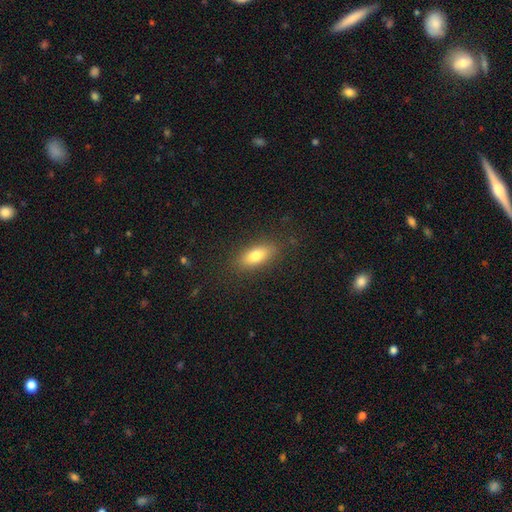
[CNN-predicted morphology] Smooth or featured? smooth (76%)
How rounded? in between (78%)
Merging? none (85%)